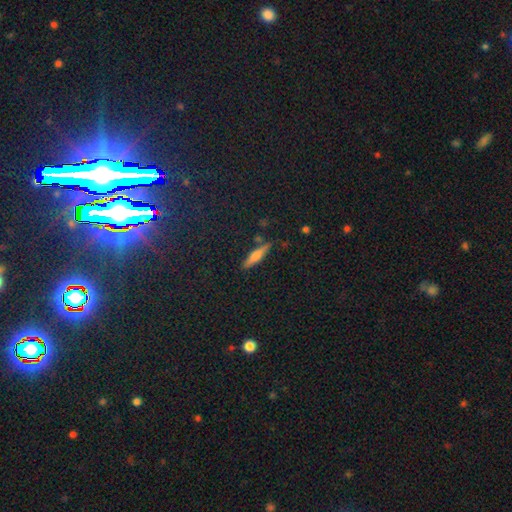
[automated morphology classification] Smooth or featured: smooth — 59% (featured or disk — 31%)
How rounded: cigar-shaped — 80% (in between — 17%)
Merging: none — 80% (minor disturbance — 13%)